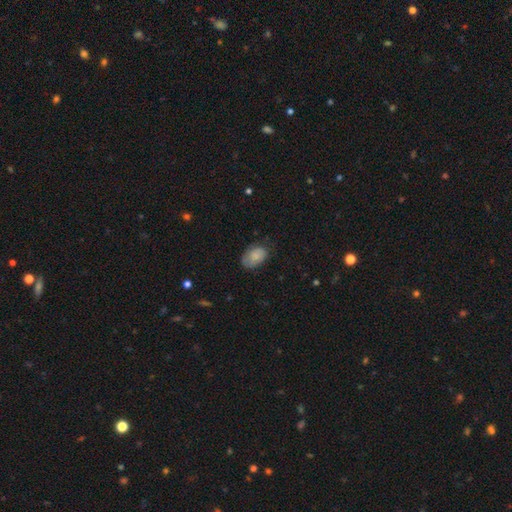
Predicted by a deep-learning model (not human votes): smooth_or_featured: smooth (p=0.80) [alt: featured or disk p=0.13]
how_rounded: in between (p=0.88) [alt: round p=0.11]
merging: none (p=0.66) [alt: minor disturbance p=0.27]